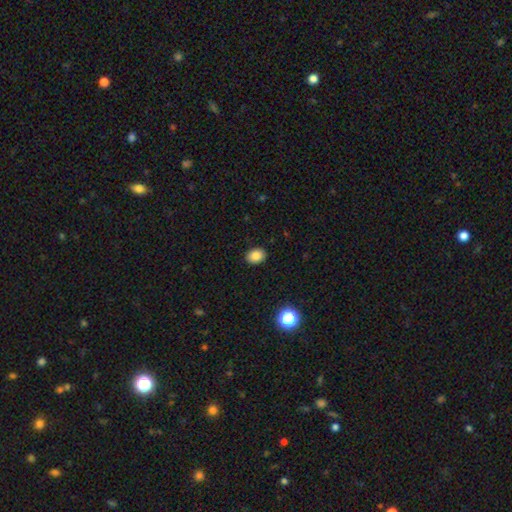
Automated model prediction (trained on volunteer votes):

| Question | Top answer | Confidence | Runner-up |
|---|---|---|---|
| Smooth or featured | smooth | 85% | star or artifact (10%) |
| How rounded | in between | 66% | round (34%) |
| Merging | none | 89% | minor disturbance (8%) |